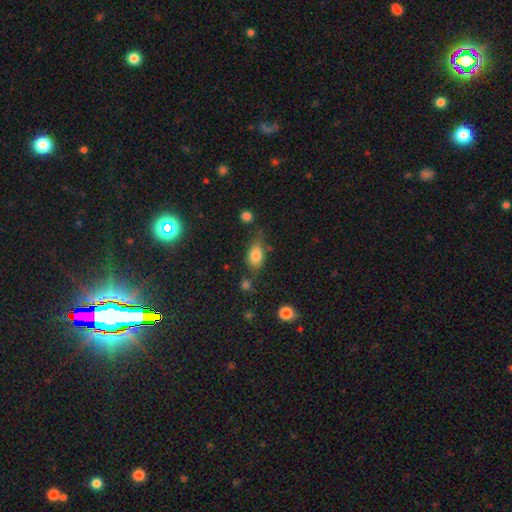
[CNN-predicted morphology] Smooth or featured? Predicted: smooth (p=0.79). How rounded? Predicted: in between (p=0.83). Merging? Predicted: none (p=0.56).